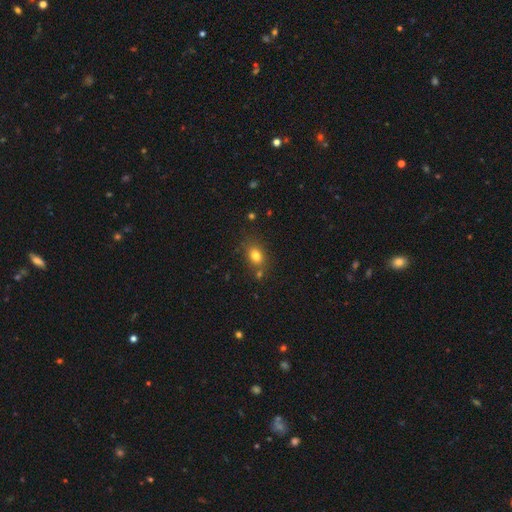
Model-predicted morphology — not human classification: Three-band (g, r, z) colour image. It shows a smooth galaxy with no disk features (79%) that is in between round and cigar-shaped (60%). Merging: none (73%).